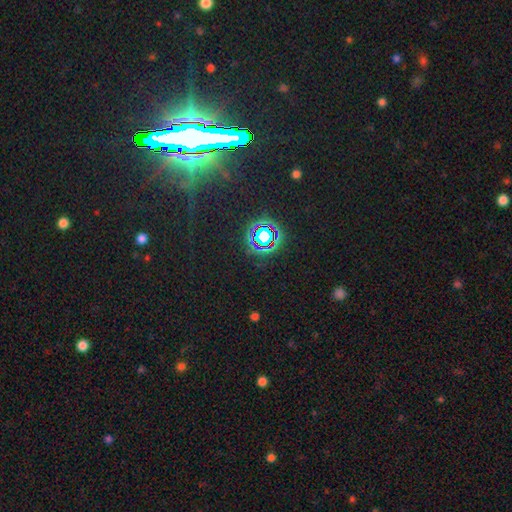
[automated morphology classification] Smooth or featured: star or artifact — 79% (smooth — 11%)